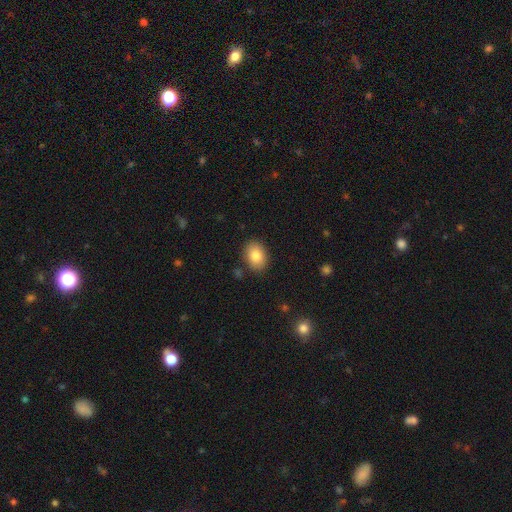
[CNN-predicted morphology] Overall: smooth (83%). How rounded: in between (74%). Merging: none (86%).